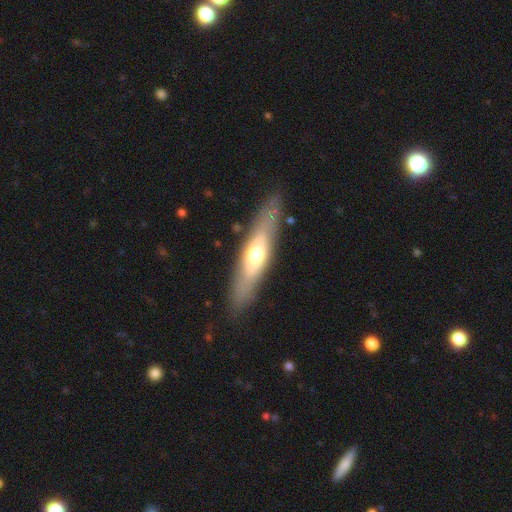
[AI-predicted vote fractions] featured or disk 49%, smooth 45%, star or artifact 6%. Down the decision tree: merging — none (85%).